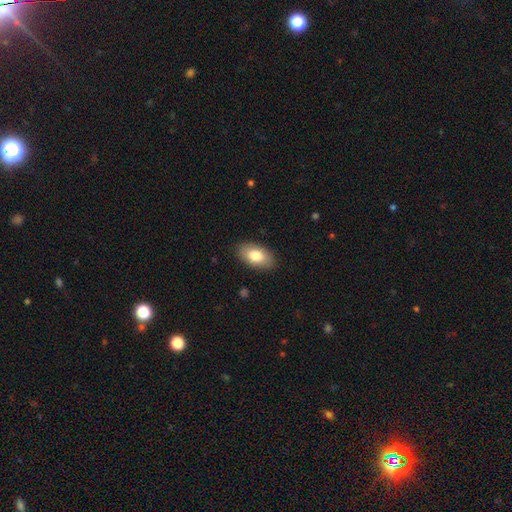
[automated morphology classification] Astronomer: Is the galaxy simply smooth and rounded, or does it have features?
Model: smooth — 81%.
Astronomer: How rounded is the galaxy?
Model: in between — 94%.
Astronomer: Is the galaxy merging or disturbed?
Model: none — 87%.